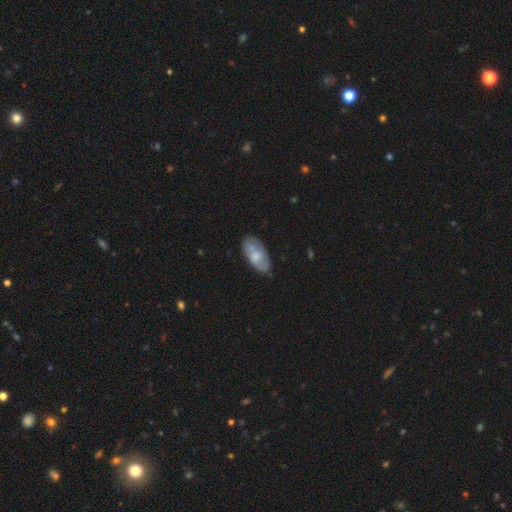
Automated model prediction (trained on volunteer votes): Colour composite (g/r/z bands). It shows a smooth galaxy with no disk features (55%) that is in between round and cigar-shaped (92%). Merging: none (68%).